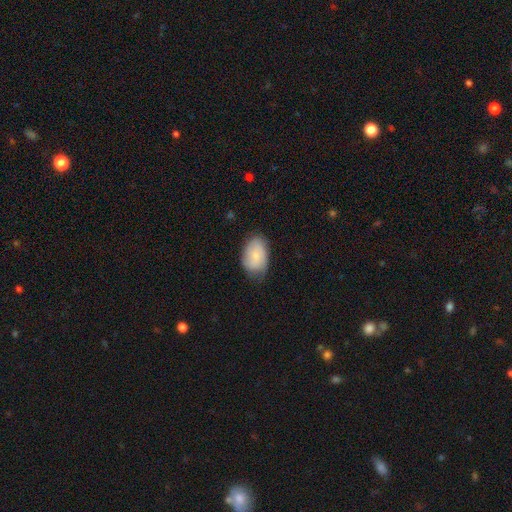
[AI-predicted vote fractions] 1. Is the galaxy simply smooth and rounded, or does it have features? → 68% smooth, 25% featured or disk, 7% star or artifact.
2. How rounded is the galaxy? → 87% in between, 12% round, 1% cigar-shaped.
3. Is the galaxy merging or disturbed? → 68% none, 25% minor disturbance, 5% major disturbance, 1% merger.